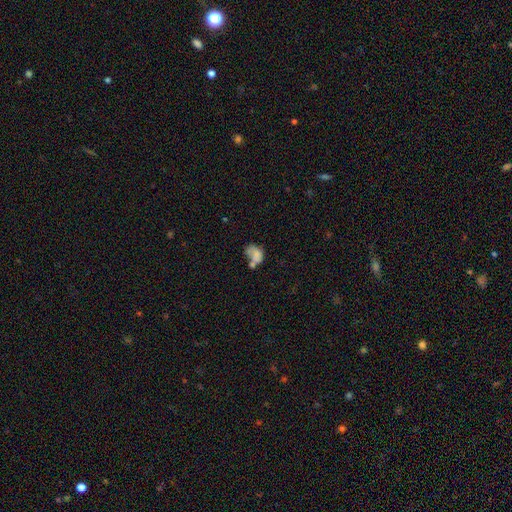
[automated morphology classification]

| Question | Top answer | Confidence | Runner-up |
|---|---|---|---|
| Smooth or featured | smooth | 63% | featured or disk (25%) |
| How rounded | in between | 72% | round (26%) |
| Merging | merger | 38% | major disturbance (22%) |